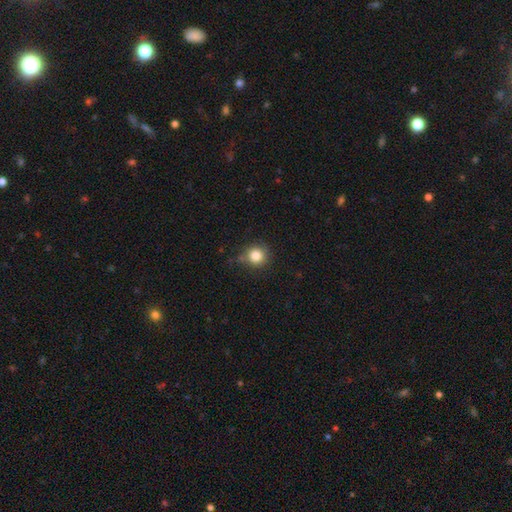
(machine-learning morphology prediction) This appears to be a smooth galaxy with no disk features (83%) that is round (92%). Merging: none (78%).